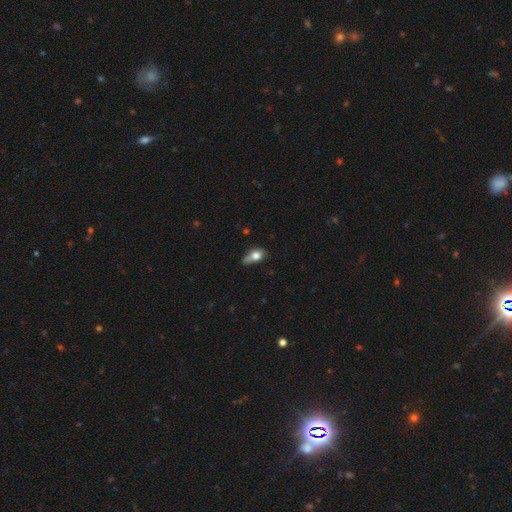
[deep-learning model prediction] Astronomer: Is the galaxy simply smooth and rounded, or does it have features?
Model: smooth — 70%.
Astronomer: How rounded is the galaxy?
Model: in between — 77%.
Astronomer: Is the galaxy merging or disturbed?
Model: none — 39% (runner-up: minor disturbance, 37%).